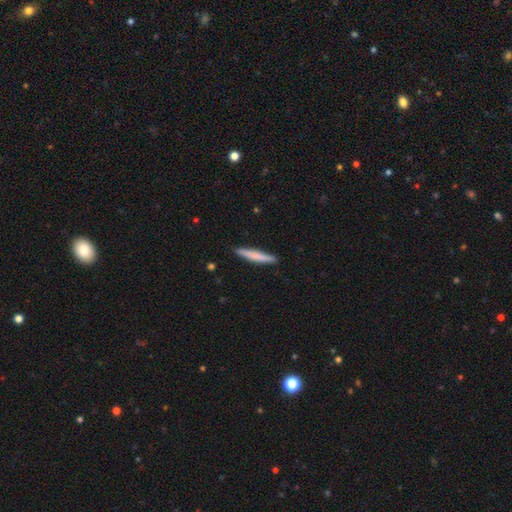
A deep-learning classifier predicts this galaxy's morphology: This is likely a smooth galaxy (73%). How rounded: clearly cigar-shaped (94%). Merging: clearly none (88%).